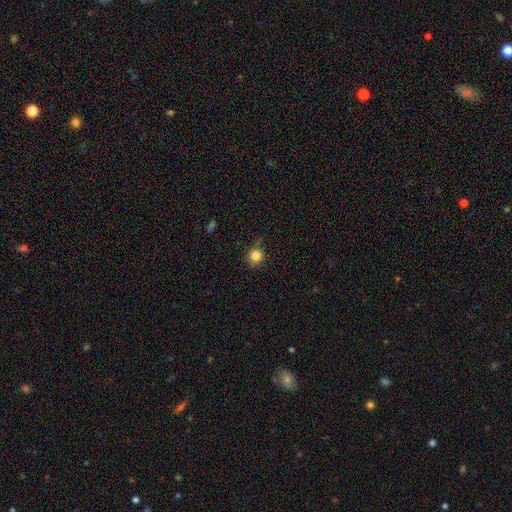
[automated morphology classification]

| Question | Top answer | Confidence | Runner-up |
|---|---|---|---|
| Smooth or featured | smooth | 83% | star or artifact (11%) |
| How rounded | round | 85% | in between (14%) |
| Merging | none | 69% | minor disturbance (24%) |